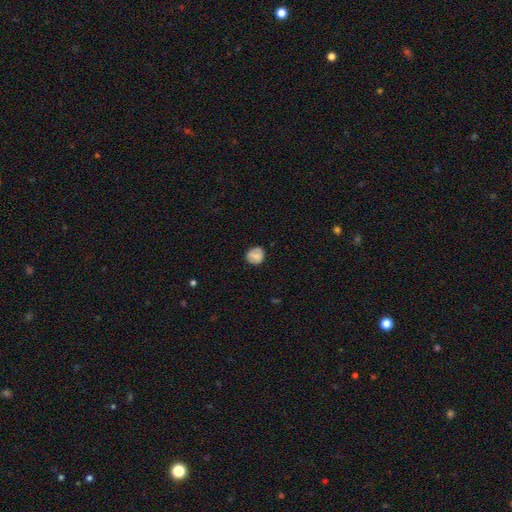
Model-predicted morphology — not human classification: Smooth or featured: smooth — 69% (featured or disk — 22%)
How rounded: round — 82% (in between — 17%)
Merging: none — 80% (minor disturbance — 15%)